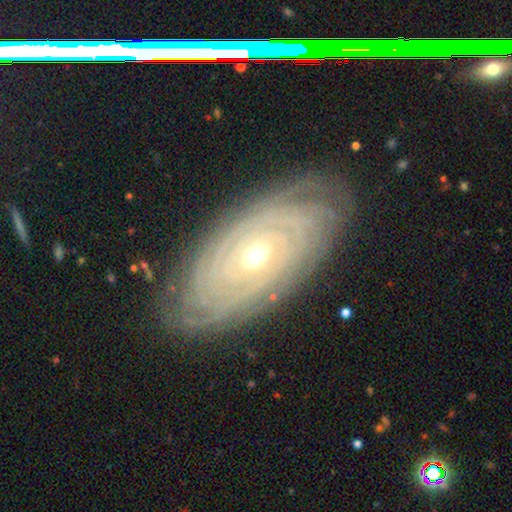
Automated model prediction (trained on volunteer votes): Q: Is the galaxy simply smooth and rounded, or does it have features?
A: featured or disk — 82%.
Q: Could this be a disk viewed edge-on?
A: no — 92%.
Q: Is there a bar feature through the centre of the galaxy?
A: no — 70%.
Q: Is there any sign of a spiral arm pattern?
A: yes — 95%.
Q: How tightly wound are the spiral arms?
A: tight — 87%.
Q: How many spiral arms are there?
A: can't tell — 43%.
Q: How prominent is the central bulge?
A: small — 49%.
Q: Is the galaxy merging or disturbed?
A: none — 83%.